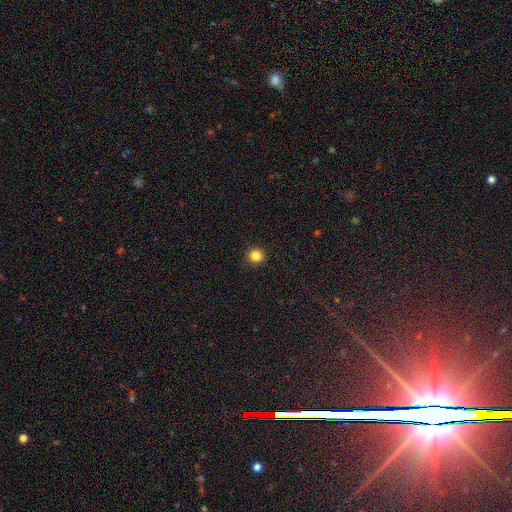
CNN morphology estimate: smooth-or-featured: smooth: 85% | star or artifact: 12% | featured or disk: 3%
  how-rounded: round: 90% | in between: 9% | cigar-shaped: 1%
  merging: none: 92% | minor disturbance: 5% | major disturbance: 2% | merger: 1%